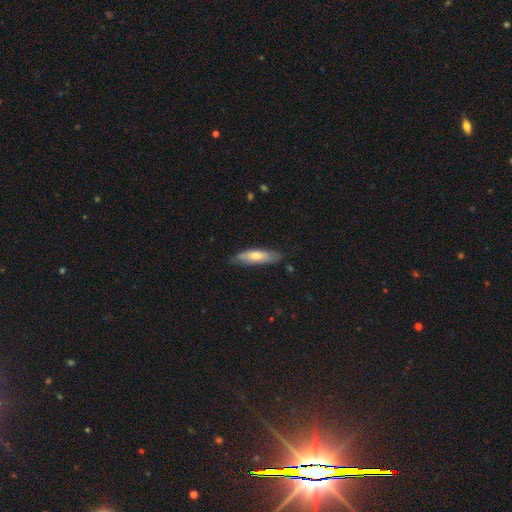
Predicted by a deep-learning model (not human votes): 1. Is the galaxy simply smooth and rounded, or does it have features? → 62% smooth, 32% featured or disk, 6% star or artifact.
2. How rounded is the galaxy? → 64% cigar-shaped, 34% in between, 2% round.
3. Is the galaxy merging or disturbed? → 79% none, 17% minor disturbance, 3% major disturbance, 1% merger.